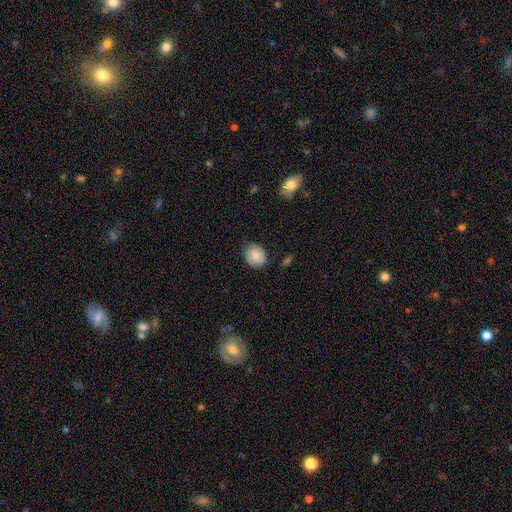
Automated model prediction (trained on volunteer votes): Smooth or featured? Predicted: smooth (p=0.75). How rounded? Predicted: round (p=0.64). Merging? Predicted: none (p=0.78).